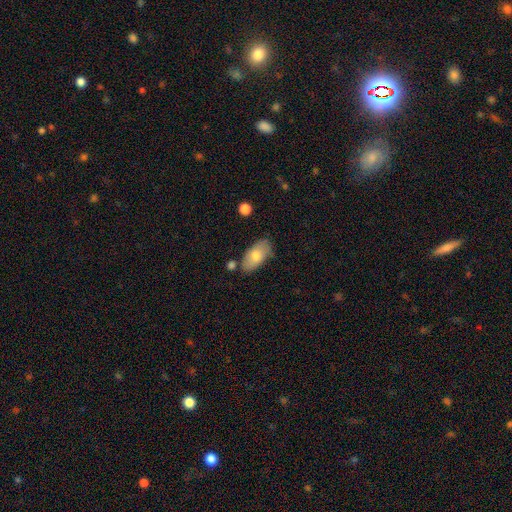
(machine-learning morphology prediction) Smooth or featured: smooth — 74% (featured or disk — 20%)
How rounded: in between — 93% (cigar-shaped — 4%)
Merging: none — 74% (minor disturbance — 17%)